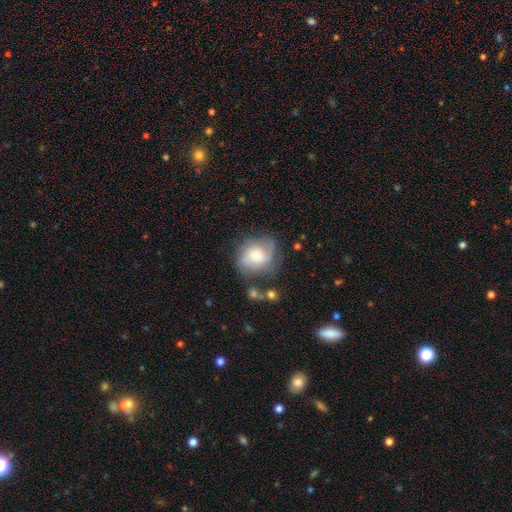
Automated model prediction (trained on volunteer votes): Overall: featured or disk (55%; smooth 37%). Edge-on disk: no (97%). Bar: no (70%). Spiral arms: yes (81%). Bulge size: moderate (52%; small 40%). Merging: none (55%; minor disturbance 24%).